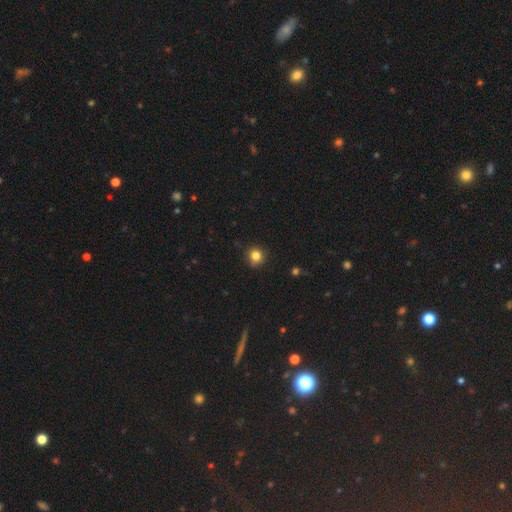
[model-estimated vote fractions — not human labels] Q: Smooth or featured?
A: smooth (82%); runner-up: star or artifact (13%)
Q: How rounded?
A: round (89%); runner-up: in between (10%)
Q: Merging?
A: none (85%); runner-up: minor disturbance (12%)